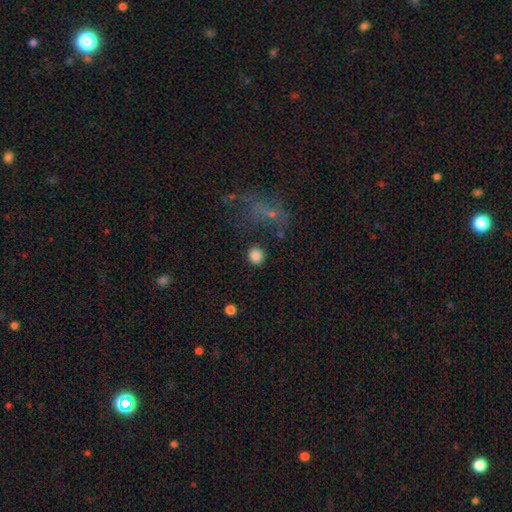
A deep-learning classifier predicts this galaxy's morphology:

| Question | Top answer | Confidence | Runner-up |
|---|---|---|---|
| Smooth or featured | smooth | 85% | star or artifact (11%) |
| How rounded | round | 92% | in between (7%) |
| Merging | none | 87% | minor disturbance (7%) |